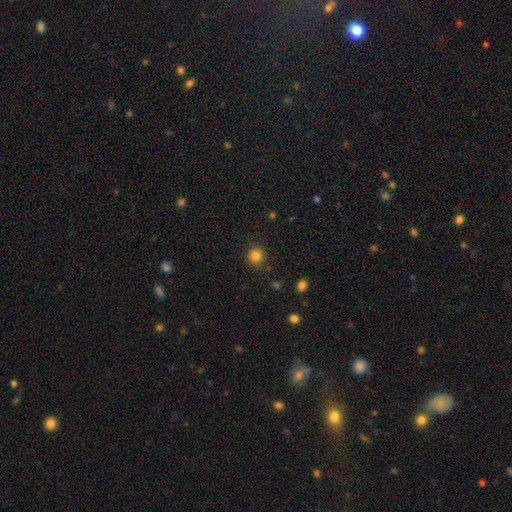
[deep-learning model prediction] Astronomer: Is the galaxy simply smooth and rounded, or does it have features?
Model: smooth — 83%.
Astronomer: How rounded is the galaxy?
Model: round — 94%.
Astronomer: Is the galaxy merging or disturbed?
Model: none — 87%.